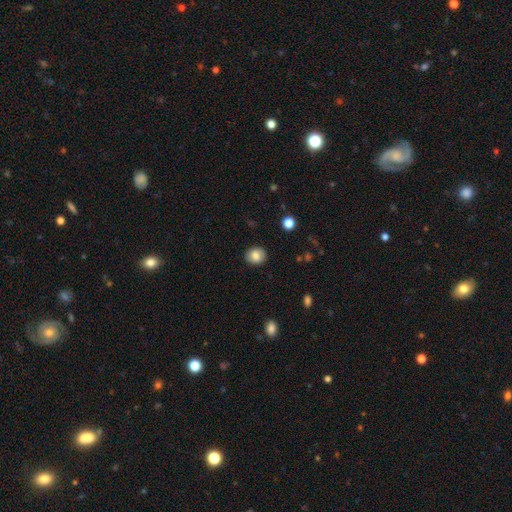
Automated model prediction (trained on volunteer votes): smooth-or-featured: smooth: 79% | featured or disk: 12% | star or artifact: 9%
  how-rounded: round: 69% | in between: 31% | cigar-shaped: 1%
  merging: none: 88% | minor disturbance: 9% | major disturbance: 2% | merger: 1%